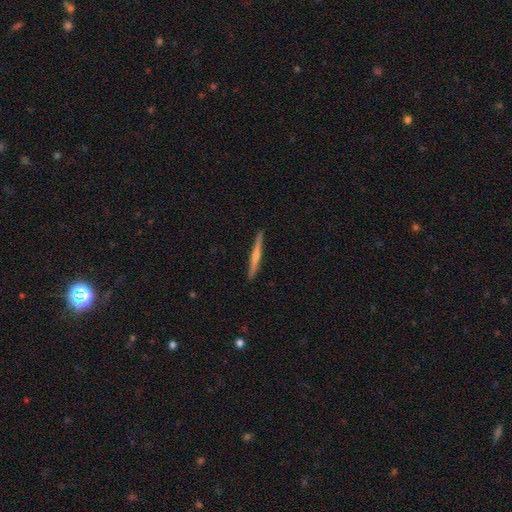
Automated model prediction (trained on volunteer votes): Morphology: type=featured or disk (61%); edge-on=yes (98%); edge-on bulge=rounded (64%); merging=none (92%).